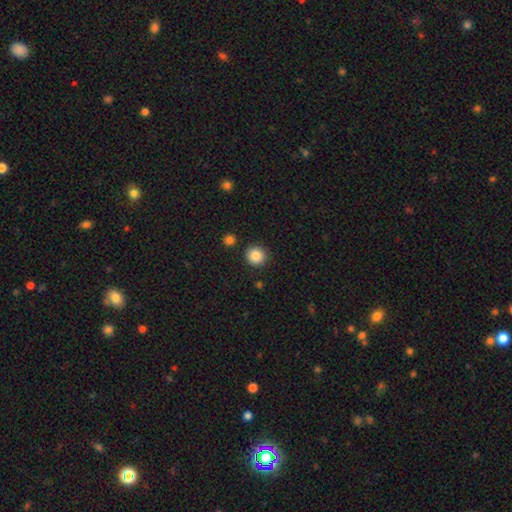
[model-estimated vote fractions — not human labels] Smooth or featured? smooth (86%)
How rounded? round (93%)
Merging? none (90%)